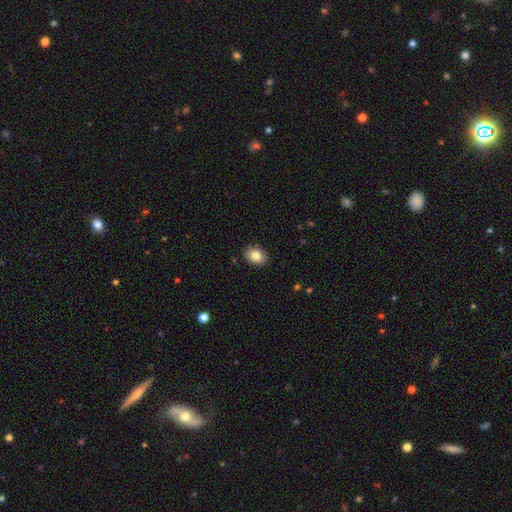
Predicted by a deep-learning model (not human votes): smooth 83%, featured or disk 9%, star or artifact 8%. Down the decision tree: how rounded — in between (75%); merging — none (88%).